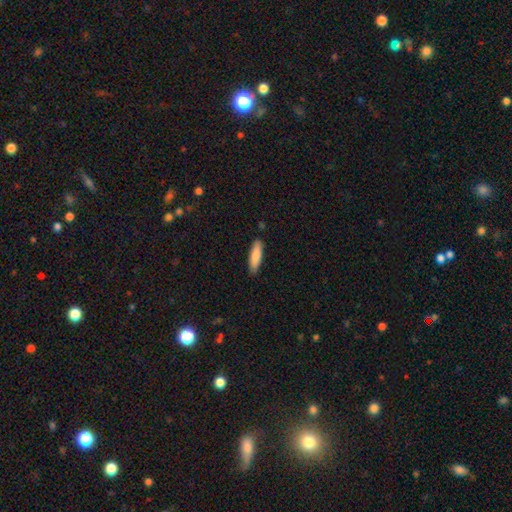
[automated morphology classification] This appears to be a smooth galaxy with no disk features (85%) that is cigar-shaped (66%). Merging: none (88%).